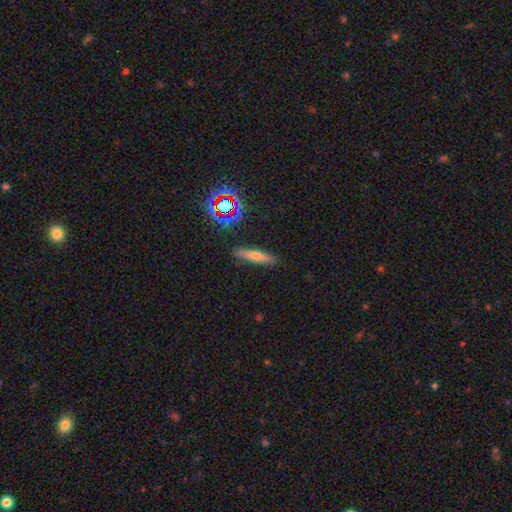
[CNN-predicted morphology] Smooth or featured: smooth — 55% (featured or disk — 32%)
How rounded: cigar-shaped — 82% (in between — 15%)
Merging: none — 87% (minor disturbance — 9%)